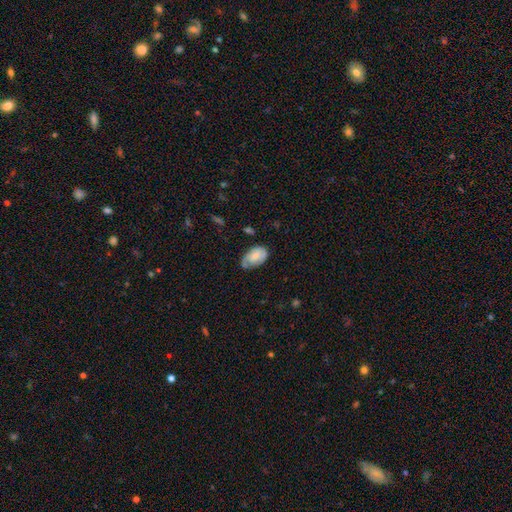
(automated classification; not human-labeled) Overall: smooth (57%; featured or disk 36%). How rounded: in between (91%). Merging: none (48%; minor disturbance 38%).